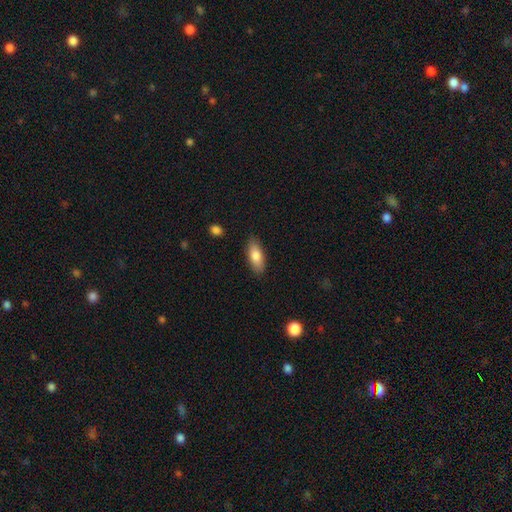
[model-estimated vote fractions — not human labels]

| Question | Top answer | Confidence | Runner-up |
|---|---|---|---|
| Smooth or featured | smooth | 79% | featured or disk (14%) |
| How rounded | in between | 80% | cigar-shaped (17%) |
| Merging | none | 86% | minor disturbance (11%) |